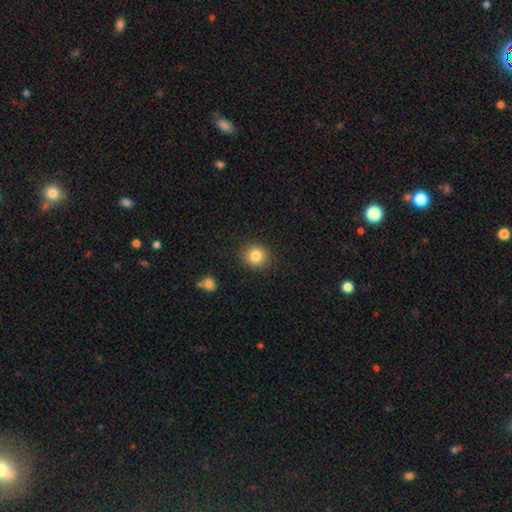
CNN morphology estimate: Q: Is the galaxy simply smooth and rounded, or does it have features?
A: smooth — 84%.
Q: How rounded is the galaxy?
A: round — 88%.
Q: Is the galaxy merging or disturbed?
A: none — 89%.